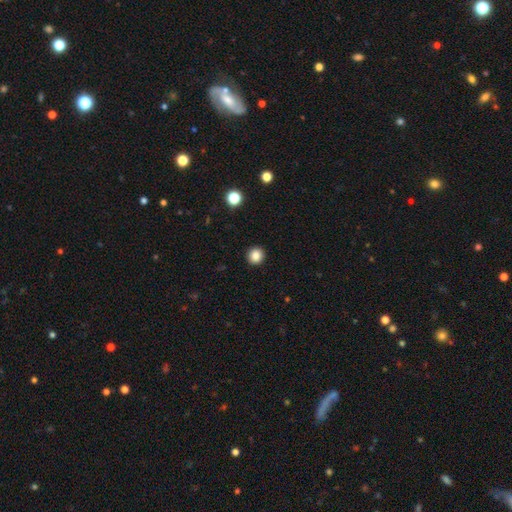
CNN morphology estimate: The model was most divided on "smooth or featured": smooth: 85%, star or artifact: 11%, featured or disk: 4%. More confident: merging — none (93%); how rounded — round (93%).